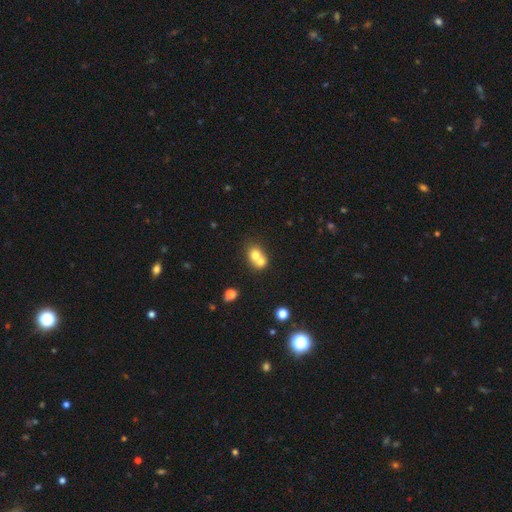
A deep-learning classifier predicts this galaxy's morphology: The model was most divided on "how rounded": round: 62%, in between: 37%, cigar-shaped: 1%. More confident: smooth or featured — smooth (71%); merging — merger (66%).